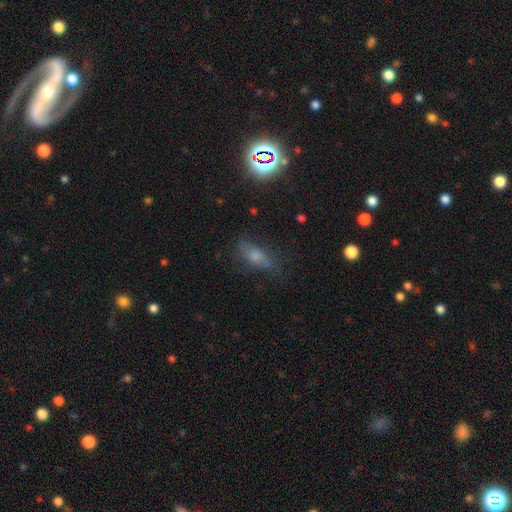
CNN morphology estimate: A smooth galaxy with no disk features (45%).

Vote fractions:
- Smooth or featured? smooth: 45% / featured or disk: 30% / star or artifact: 26%
- Merging? none: 64% / minor disturbance: 23% / major disturbance: 11% / merger: 2%